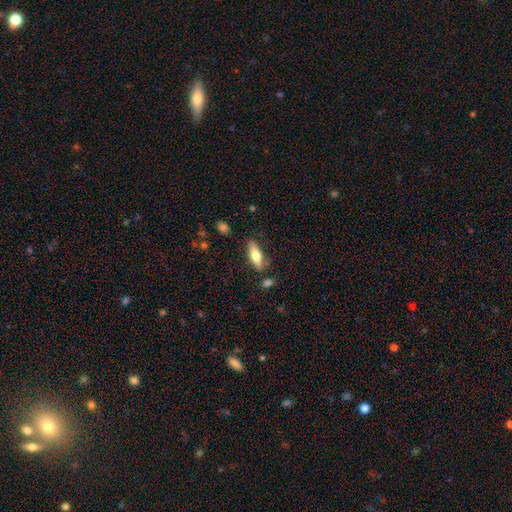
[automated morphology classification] Q: Smooth or featured?
A: smooth (67%); runner-up: featured or disk (27%)
Q: How rounded?
A: in between (57%); runner-up: cigar-shaped (41%)
Q: Merging?
A: none (80%); runner-up: minor disturbance (13%)